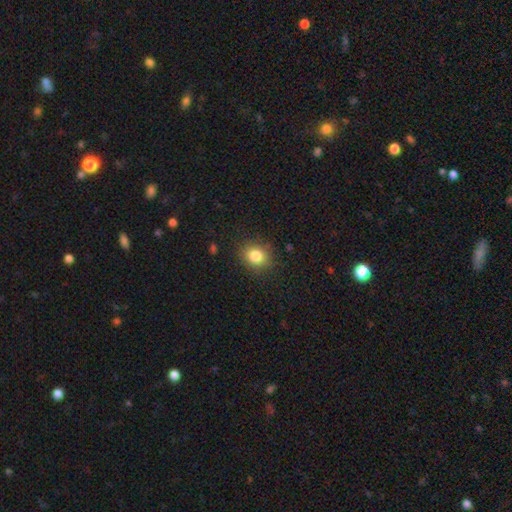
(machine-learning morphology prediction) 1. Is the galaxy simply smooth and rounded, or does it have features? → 83% smooth, 11% star or artifact, 7% featured or disk.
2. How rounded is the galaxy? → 67% round, 32% in between, 1% cigar-shaped.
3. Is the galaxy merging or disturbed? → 85% none, 11% minor disturbance, 3% major disturbance, 1% merger.